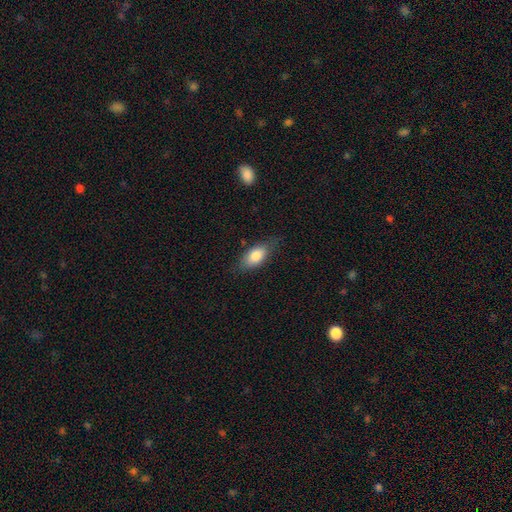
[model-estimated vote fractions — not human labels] A smooth galaxy with no disk features (80%) that is in between round and cigar-shaped (87%).

Vote fractions:
- Smooth or featured? smooth: 80% / featured or disk: 14% / star or artifact: 7%
- How rounded? in between: 87% / cigar-shaped: 9% / round: 4%
- Merging? none: 74% / minor disturbance: 20% / major disturbance: 5% / merger: 1%